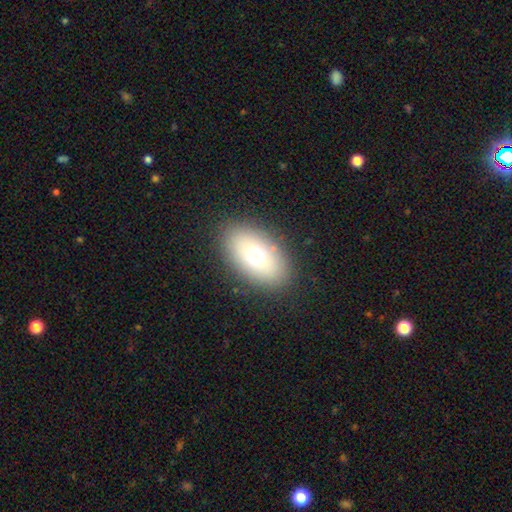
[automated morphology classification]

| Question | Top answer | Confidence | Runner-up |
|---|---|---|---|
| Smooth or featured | smooth | 71% | featured or disk (19%) |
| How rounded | in between | 90% | round (8%) |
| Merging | none | 87% | minor disturbance (9%) |